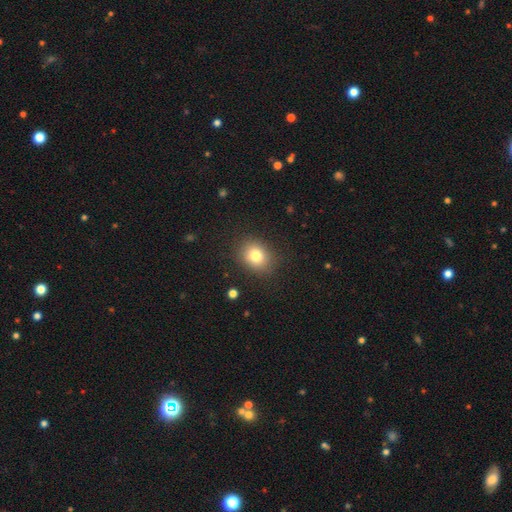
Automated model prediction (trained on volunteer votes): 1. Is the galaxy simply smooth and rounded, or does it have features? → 79% smooth, 12% star or artifact, 9% featured or disk.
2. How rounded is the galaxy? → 59% round, 40% in between, 1% cigar-shaped.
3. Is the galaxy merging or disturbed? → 86% none, 9% minor disturbance, 3% major disturbance, 1% merger.